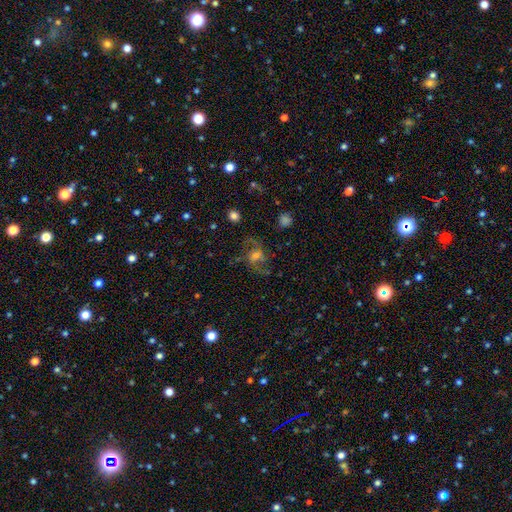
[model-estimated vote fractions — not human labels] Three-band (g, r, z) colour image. It shows a featured or disk galaxy (69%) with no bar (45%), 2 (76%) medium (49%) spiral arms (89%) and a moderate central bulge (44%). Merging: none (67%).